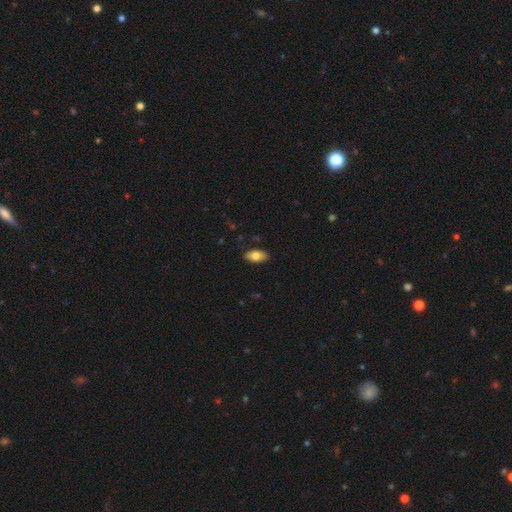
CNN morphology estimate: This appears to be a smooth galaxy with no disk features (79%) that is in between round and cigar-shaped (92%). Merging: none (88%).